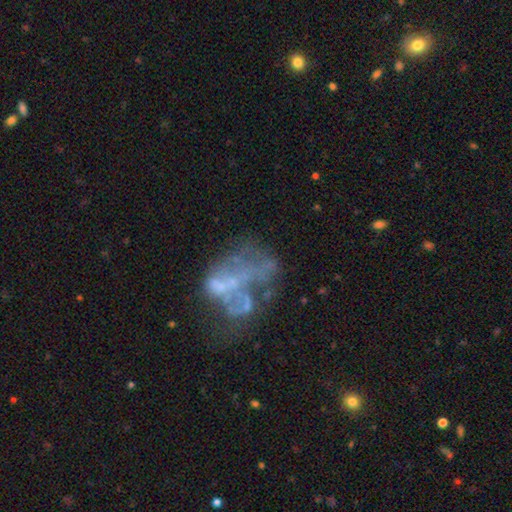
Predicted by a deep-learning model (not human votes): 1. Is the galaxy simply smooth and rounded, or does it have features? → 55% featured or disk, 28% star or artifact, 17% smooth.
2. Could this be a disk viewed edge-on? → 96% no, 4% yes.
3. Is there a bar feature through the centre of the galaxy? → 85% no, 10% weak, 5% strong.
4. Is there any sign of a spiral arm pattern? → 87% no, 13% yes.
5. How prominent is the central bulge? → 71% none, 18% small, 8% moderate, 2% large, 1% dominant.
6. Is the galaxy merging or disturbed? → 37% none, 33% major disturbance, 16% minor disturbance, 15% merger.